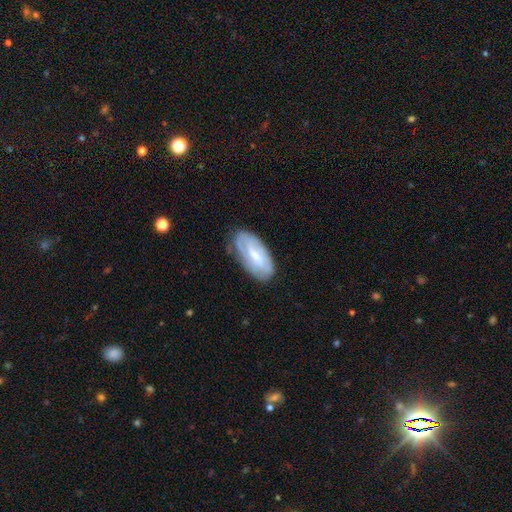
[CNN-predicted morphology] Overall: featured or disk (57%; smooth 36%). Edge-on disk: no (91%). Bar: weak (47%; strong 34%). Spiral arms: yes (71%). Bulge size: small (46%; moderate 38%). Merging: none (70%).